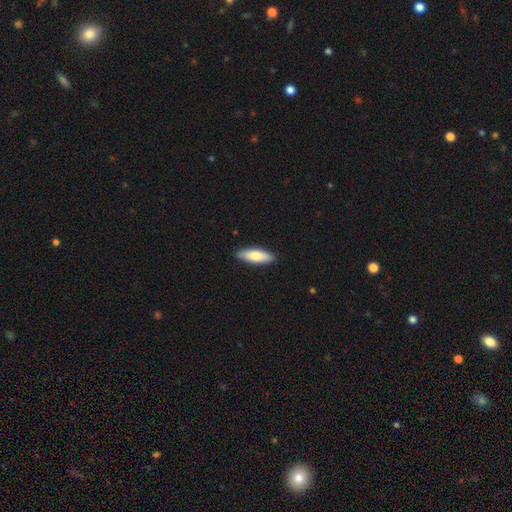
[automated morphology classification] A smooth galaxy with no disk features (75%) that is in between round and cigar-shaped (57%).

Vote fractions:
- Smooth or featured? smooth: 75% / featured or disk: 20% / star or artifact: 5%
- How rounded? in between: 57% / cigar-shaped: 41% / round: 2%
- Merging? none: 90% / minor disturbance: 8% / major disturbance: 2% / merger: 1%